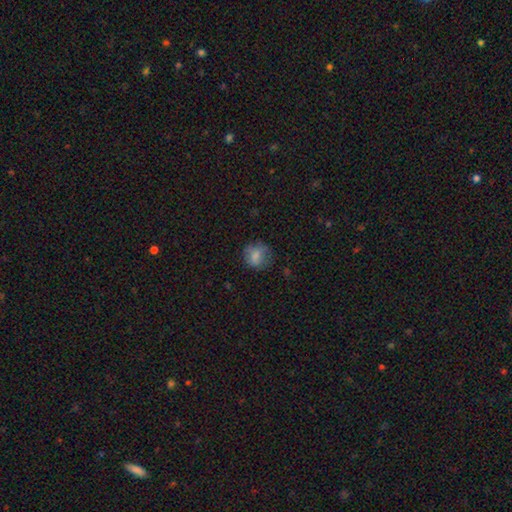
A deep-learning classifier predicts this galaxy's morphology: smooth-or-featured: smooth: 78% | featured or disk: 12% | star or artifact: 10%
  how-rounded: round: 78% | in between: 21% | cigar-shaped: 1%
  merging: none: 69% | minor disturbance: 21% | major disturbance: 9% | merger: 1%